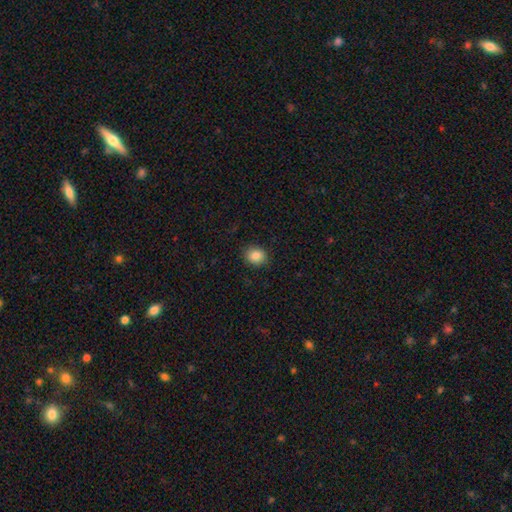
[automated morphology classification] This appears to be a smooth galaxy with no disk features (85%) that is round (65%). Merging: none (89%).